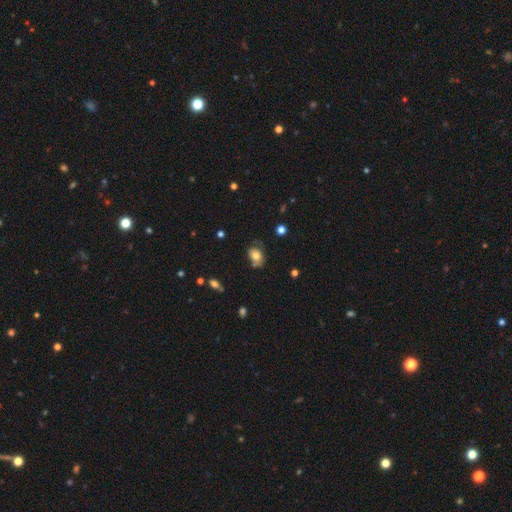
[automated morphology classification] Smooth or featured?
  - smooth: 72% *
  - featured or disk: 18%
  - star or artifact: 10%
How rounded?
  - in between: 68% *
  - round: 31%
  - cigar-shaped: 1%
Merging?
  - none: 57% *
  - minor disturbance: 27%
  - major disturbance: 9%
  - merger: 6%